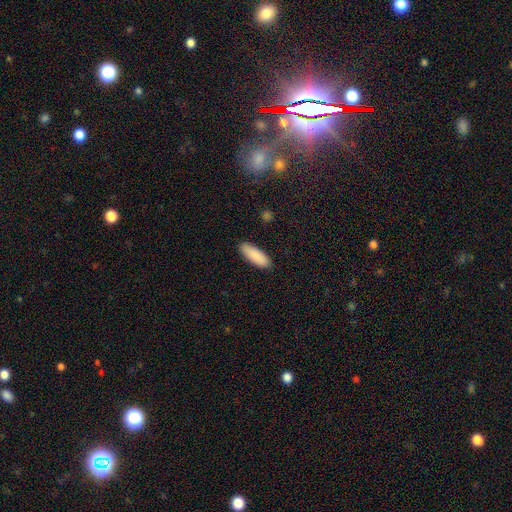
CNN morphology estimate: smooth-or-featured: smooth: 90% | star or artifact: 5% | featured or disk: 5%
  how-rounded: in between: 68% | cigar-shaped: 31% | round: 2%
  merging: none: 88% | minor disturbance: 9% | major disturbance: 2% | merger: 1%